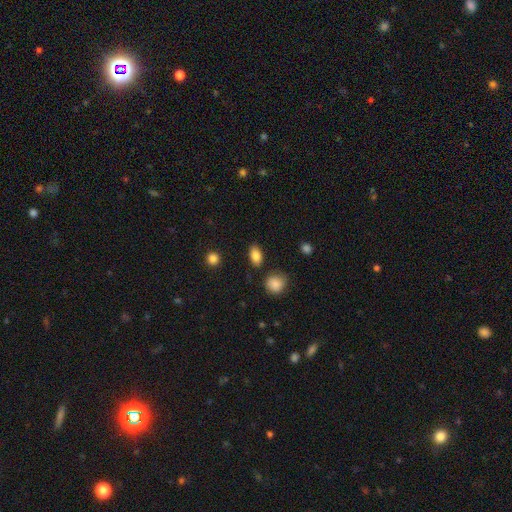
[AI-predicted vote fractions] Q: Smooth or featured?
A: smooth (85%); runner-up: star or artifact (8%)
Q: How rounded?
A: in between (87%); runner-up: round (10%)
Q: Merging?
A: none (85%); runner-up: minor disturbance (10%)